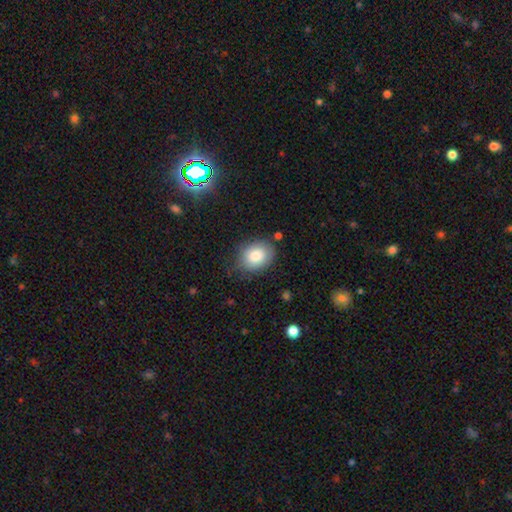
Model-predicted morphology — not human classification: Q: Smooth or featured?
A: smooth (81%); runner-up: featured or disk (11%)
Q: How rounded?
A: in between (58%); runner-up: round (41%)
Q: Merging?
A: none (74%); runner-up: minor disturbance (19%)